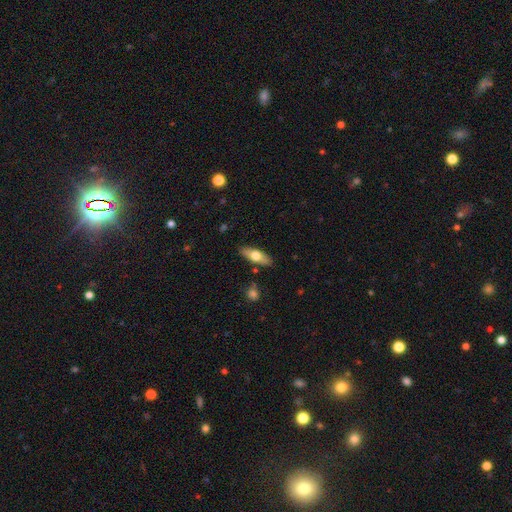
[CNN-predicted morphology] Q: Smooth or featured?
A: smooth (57%); runner-up: featured or disk (37%)
Q: How rounded?
A: in between (63%); runner-up: cigar-shaped (34%)
Q: Merging?
A: none (85%); runner-up: minor disturbance (10%)